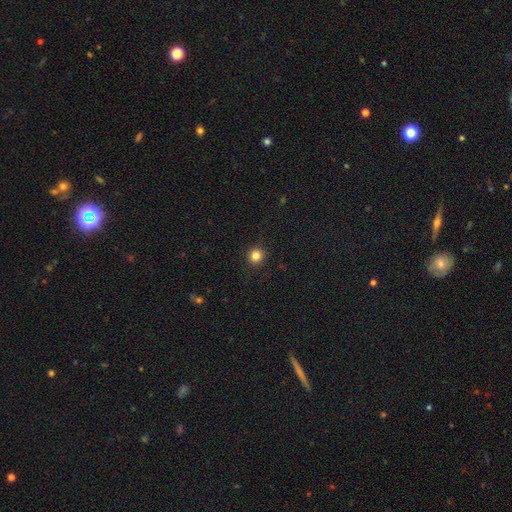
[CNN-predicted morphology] smooth_or_featured: smooth (p=0.83) [alt: star or artifact p=0.12]
how_rounded: round (p=0.91) [alt: in between p=0.08]
merging: none (p=0.91) [alt: minor disturbance p=0.06]